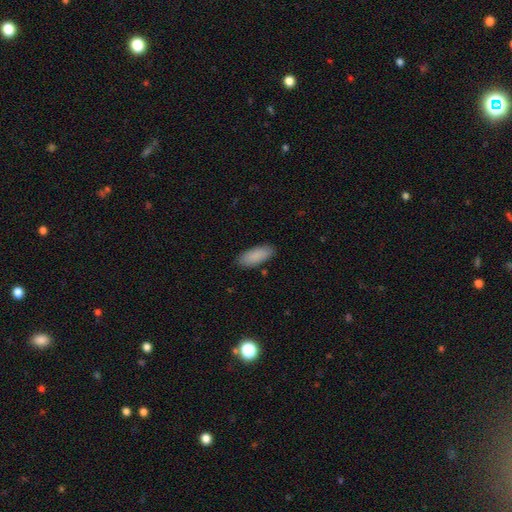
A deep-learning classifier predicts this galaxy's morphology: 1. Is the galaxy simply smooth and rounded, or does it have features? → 88% smooth, 6% star or artifact, 5% featured or disk.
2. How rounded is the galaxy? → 80% in between, 19% cigar-shaped, 2% round.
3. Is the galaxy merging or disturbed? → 87% none, 10% minor disturbance, 2% major disturbance, 1% merger.